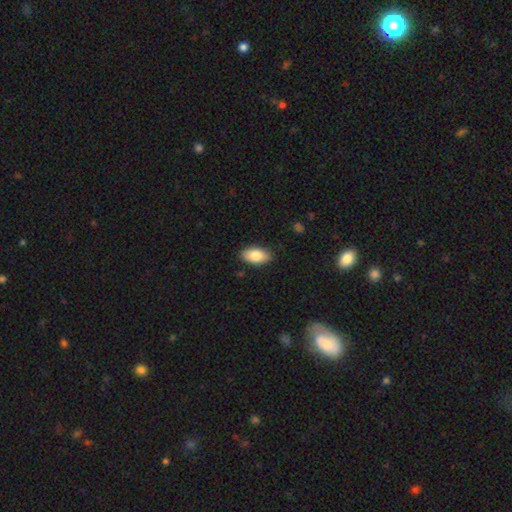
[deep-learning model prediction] Smooth or featured? Predicted: smooth (p=0.82). How rounded? Predicted: in between (p=0.93). Merging? Predicted: none (p=0.85).